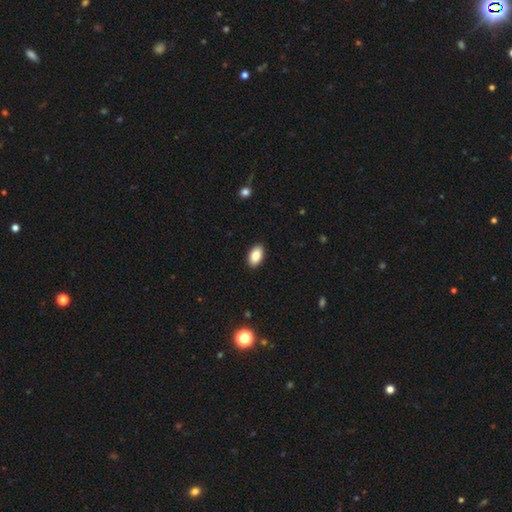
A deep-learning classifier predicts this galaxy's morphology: A smooth galaxy with no disk features (87%) that is in between round and cigar-shaped (94%).

Vote fractions:
- Smooth or featured? smooth: 87% / star or artifact: 7% / featured or disk: 6%
- How rounded? in between: 94% / round: 4% / cigar-shaped: 2%
- Merging? none: 90% / minor disturbance: 7% / major disturbance: 2% / merger: 1%